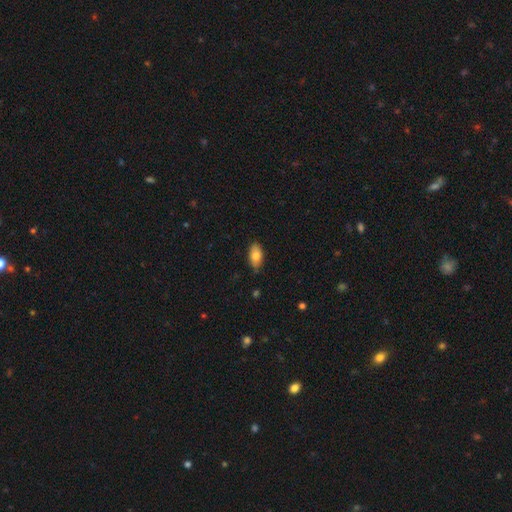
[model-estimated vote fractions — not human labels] Smooth or featured: smooth — 79% (featured or disk — 14%)
How rounded: in between — 90% (cigar-shaped — 6%)
Merging: none — 80% (minor disturbance — 17%)